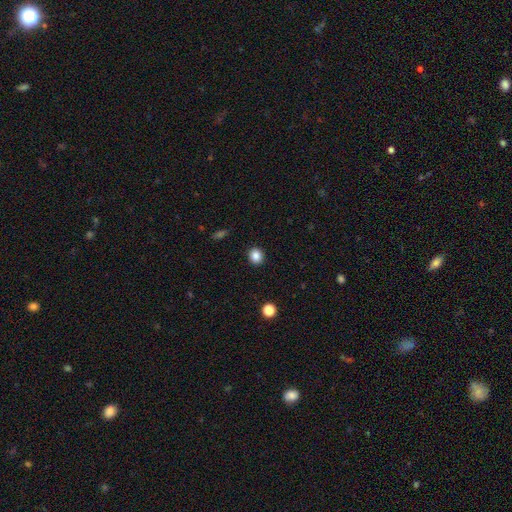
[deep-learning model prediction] Smooth or featured? smooth (86%)
How rounded? round (80%)
Merging? none (92%)